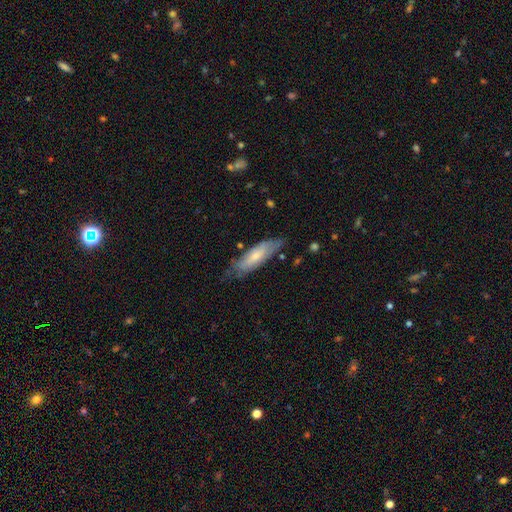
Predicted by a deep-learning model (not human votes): Smooth or featured? Predicted: smooth (p=0.57). How rounded? Predicted: cigar-shaped (p=0.50). Merging? Predicted: none (p=0.65).